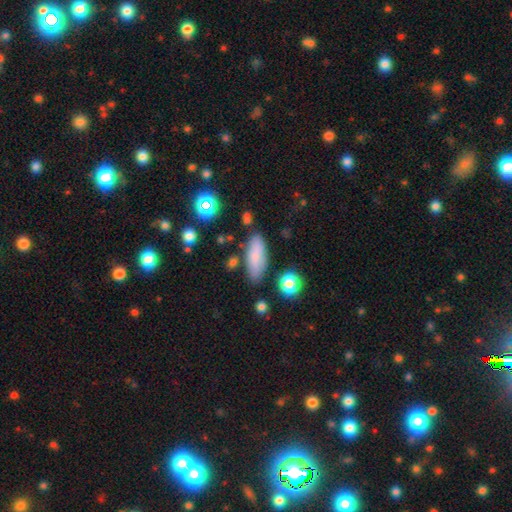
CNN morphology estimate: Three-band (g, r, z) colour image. It shows a smooth galaxy with no disk features (80%) that is in between round and cigar-shaped (71%). Merging: none (78%).